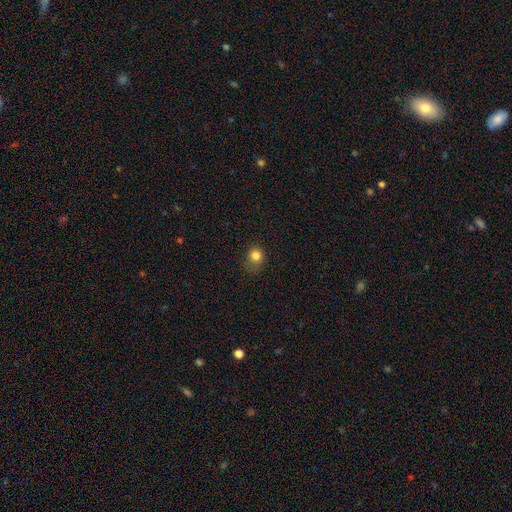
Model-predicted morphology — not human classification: This is clearly a smooth galaxy (81%). How rounded: likely round (75%). Merging: likely none (63%).